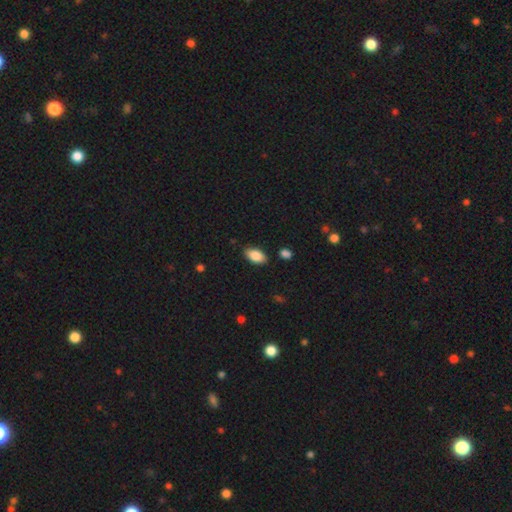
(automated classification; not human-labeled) smooth-or-featured: smooth: 86% | featured or disk: 7% | star or artifact: 7%
  how-rounded: in between: 93% | cigar-shaped: 4% | round: 3%
  merging: none: 85% | minor disturbance: 11% | major disturbance: 2% | merger: 2%